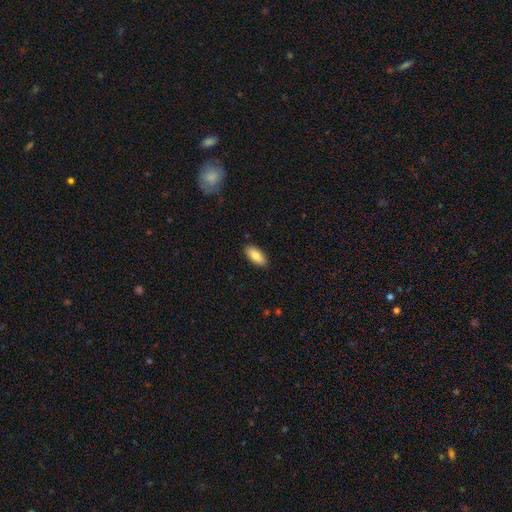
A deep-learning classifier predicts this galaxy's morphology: Smooth or featured? smooth (82%)
How rounded? in between (87%)
Merging? none (89%)